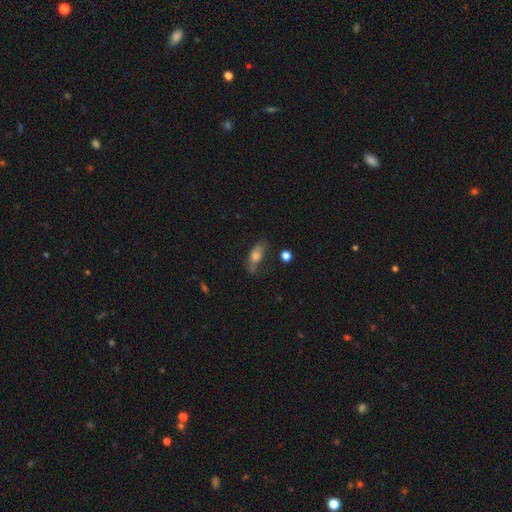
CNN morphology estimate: This appears to be a smooth galaxy with no disk features (59%) that is in between round and cigar-shaped (68%). Merging: none (58%).